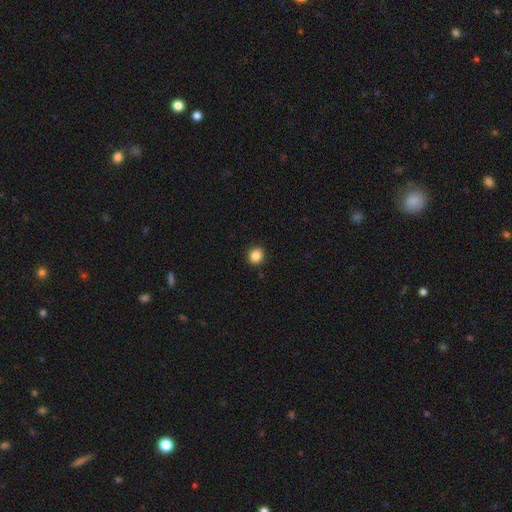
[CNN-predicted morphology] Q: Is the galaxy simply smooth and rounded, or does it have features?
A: smooth — 86%.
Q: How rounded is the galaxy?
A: round — 79%.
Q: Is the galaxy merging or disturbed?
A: none — 90%.